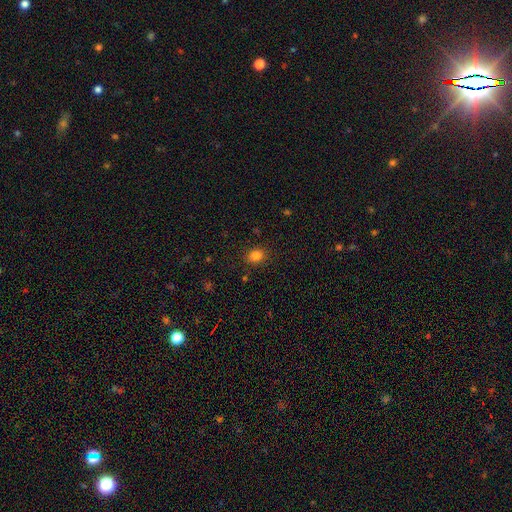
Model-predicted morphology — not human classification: A smooth galaxy with no disk features (83%) that is round (51%). Merging: none (87%).